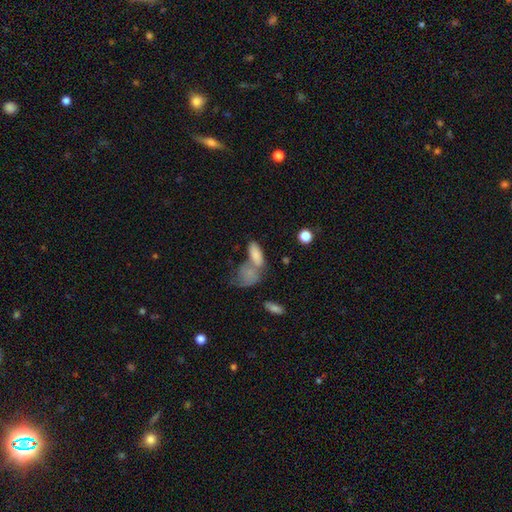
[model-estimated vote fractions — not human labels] A smooth galaxy with no disk features (80%) that is in between round and cigar-shaped (81%).

Vote fractions:
- Smooth or featured? smooth: 80% / featured or disk: 12% / star or artifact: 8%
- How rounded? in between: 81% / cigar-shaped: 14% / round: 5%
- Merging? merger: 47% / none: 33% / minor disturbance: 12% / major disturbance: 8%